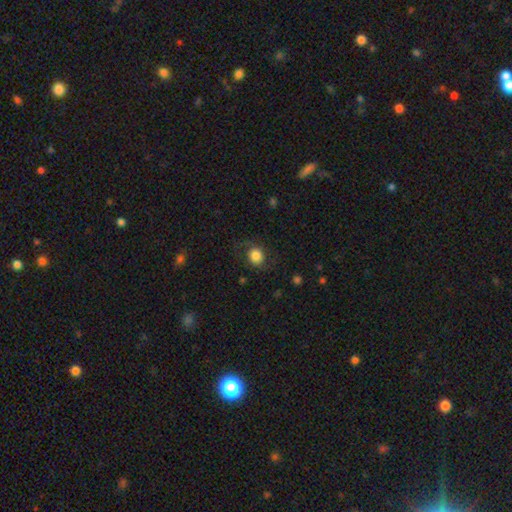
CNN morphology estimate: Smooth or featured?
  - smooth: 78% *
  - featured or disk: 13%
  - star or artifact: 9%
How rounded?
  - round: 77% *
  - in between: 22%
  - cigar-shaped: 1%
Merging?
  - none: 71% *
  - minor disturbance: 17%
  - major disturbance: 11%
  - merger: 1%